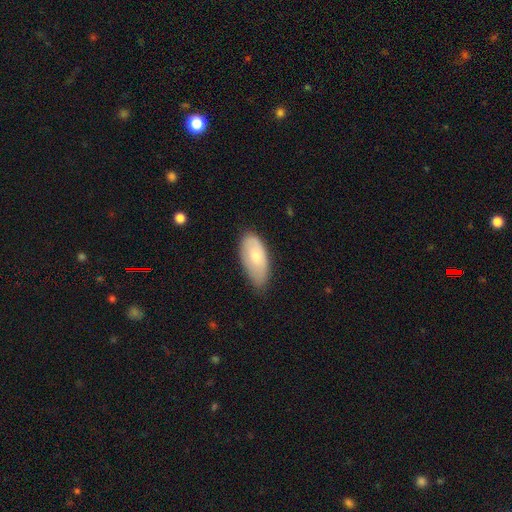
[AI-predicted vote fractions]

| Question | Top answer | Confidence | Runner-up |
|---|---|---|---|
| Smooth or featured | smooth | 68% | featured or disk (26%) |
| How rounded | in between | 91% | cigar-shaped (6%) |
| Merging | none | 57% | minor disturbance (35%) |